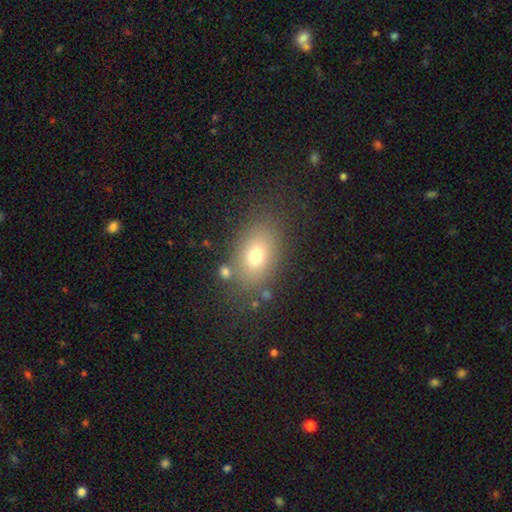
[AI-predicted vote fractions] The model was most divided on "how rounded": in between: 77%, round: 21%, cigar-shaped: 2%. More confident: merging — none (77%); smooth or featured — smooth (72%).